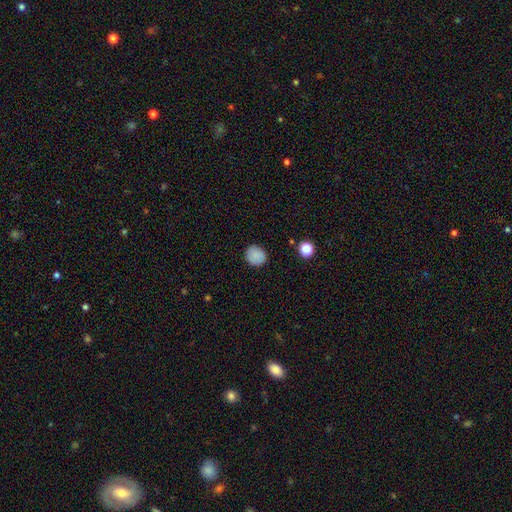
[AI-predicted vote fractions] Q: Smooth or featured?
A: smooth (87%); runner-up: star or artifact (9%)
Q: How rounded?
A: round (82%); runner-up: in between (17%)
Q: Merging?
A: none (88%); runner-up: minor disturbance (9%)